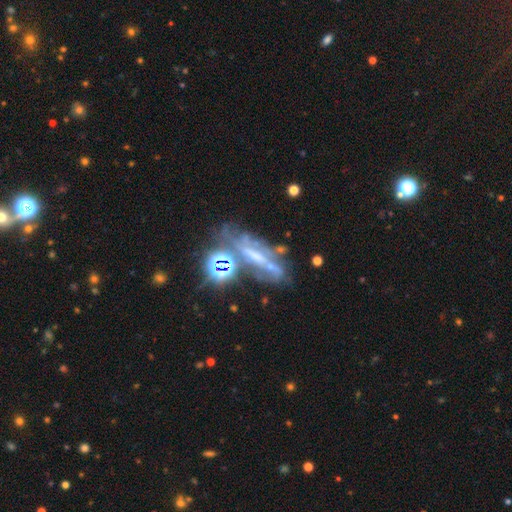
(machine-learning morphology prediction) Smooth or featured? Predicted: featured or disk (p=0.55). Edge-on disk? Predicted: no (p=0.68). Merging? Predicted: none (p=0.43).